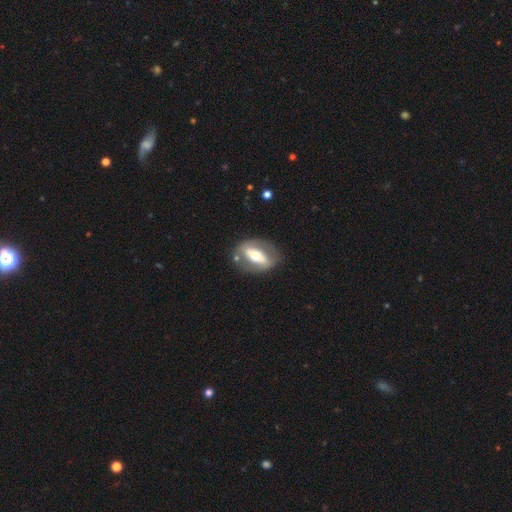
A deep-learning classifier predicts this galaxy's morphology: featured or disk 63%, smooth 31%, star or artifact 6%. Down the decision tree: edge-on disk — no (82%); bar — strong (55%); spiral arms — no (74%); bulge size — moderate (67%); merging — none (74%).